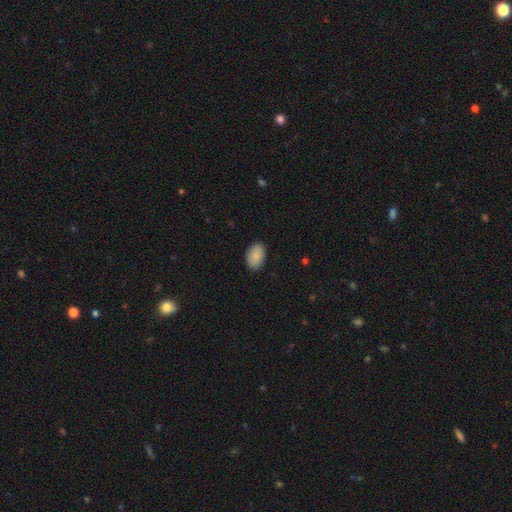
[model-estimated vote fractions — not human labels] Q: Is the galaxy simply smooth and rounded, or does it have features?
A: smooth — 89%.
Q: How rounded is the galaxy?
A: in between — 91%.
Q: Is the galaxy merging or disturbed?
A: none — 88%.